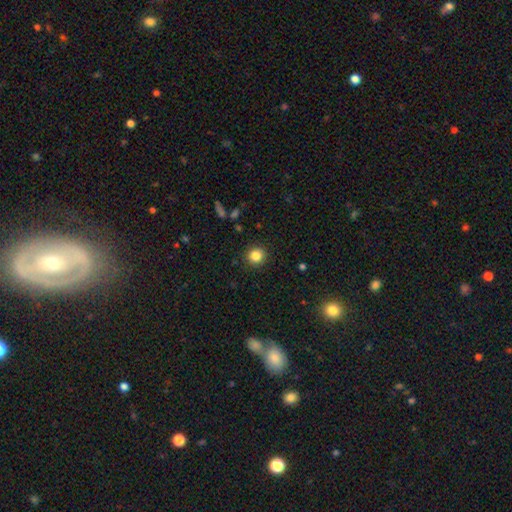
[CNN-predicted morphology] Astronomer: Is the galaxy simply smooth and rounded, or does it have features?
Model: smooth — 84%.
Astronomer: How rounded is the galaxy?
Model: round — 90%.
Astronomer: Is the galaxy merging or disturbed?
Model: none — 91%.